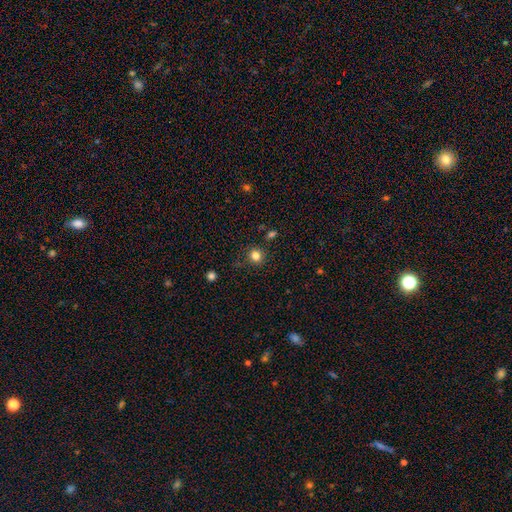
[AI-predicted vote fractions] smooth_or_featured: smooth (p=0.81) [alt: star or artifact p=0.14]
how_rounded: round (p=0.90) [alt: in between p=0.09]
merging: none (p=0.87) [alt: minor disturbance p=0.08]